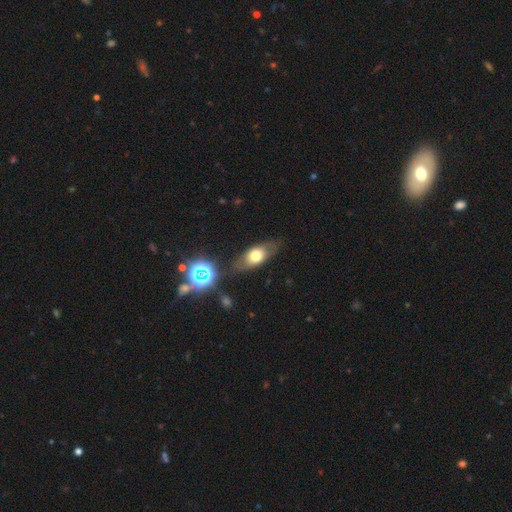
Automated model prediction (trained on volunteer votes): smooth_or_featured: smooth (p=0.62) [alt: featured or disk p=0.28]
how_rounded: in between (p=0.78) [alt: cigar-shaped p=0.11]
merging: none (p=0.75) [alt: minor disturbance p=0.16]